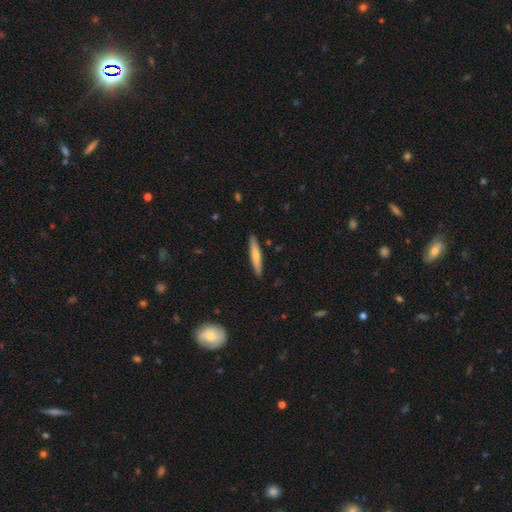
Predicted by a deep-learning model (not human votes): The model was most divided on "smooth or featured": smooth: 65%, featured or disk: 30%, star or artifact: 5%. More confident: how rounded — cigar-shaped (93%); merging — none (90%).